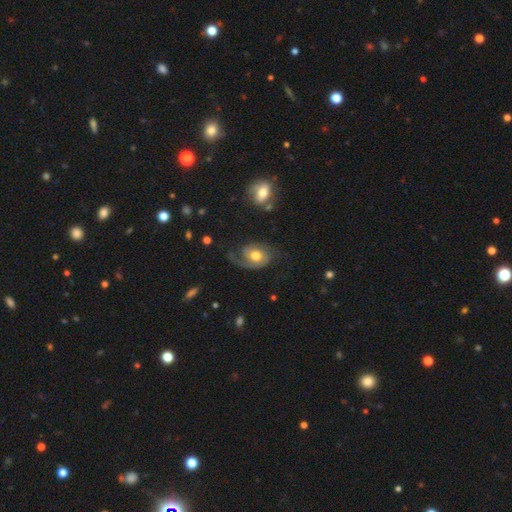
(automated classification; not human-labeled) Smooth or featured?
  - featured or disk: 68% *
  - smooth: 24%
  - star or artifact: 8%
Edge-on disk?
  - no: 96% *
  - yes: 4%
Bar?
  - no: 71% *
  - weak: 24%
  - strong: 5%
Spiral arms?
  - yes: 90% *
  - no: 10%
Spiral winding?
  - medium: 39% *
  - loose: 35%
  - tight: 25%
Spiral arm count?
  - 1: 51% *
  - 2: 39%
  - can't tell: 6%
  - 3: 2%
  - 4: 1%
  - more than 4: 1%
Bulge size?
  - moderate: 69% *
  - large: 16%
  - small: 11%
  - dominant: 2%
  - none: 1%
Merging?
  - none: 51% *
  - major disturbance: 26%
  - minor disturbance: 20%
  - merger: 3%